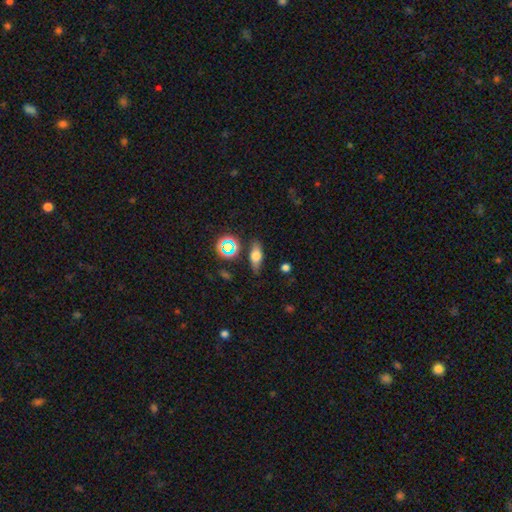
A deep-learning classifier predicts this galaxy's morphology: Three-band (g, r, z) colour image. It shows a smooth galaxy with no disk features (60%) that is in between round and cigar-shaped (60%). Merging: none (78%).